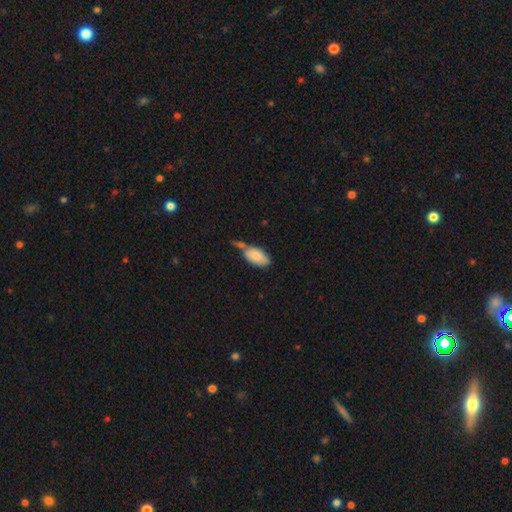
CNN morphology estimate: Smooth or featured? smooth (84%)
How rounded? in between (94%)
Merging? none (43%)